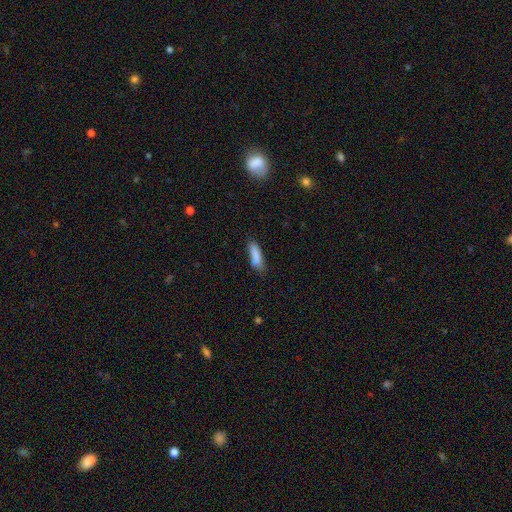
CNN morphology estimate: Q: Smooth or featured?
A: smooth (85%); runner-up: featured or disk (8%)
Q: How rounded?
A: cigar-shaped (57%); runner-up: in between (41%)
Q: Merging?
A: none (66%); runner-up: minor disturbance (25%)